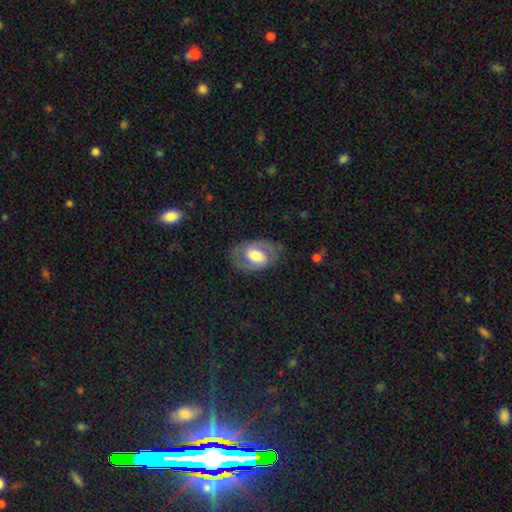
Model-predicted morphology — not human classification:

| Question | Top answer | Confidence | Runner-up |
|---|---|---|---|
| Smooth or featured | featured or disk | 65% | smooth (29%) |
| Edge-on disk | no | 95% | yes (5%) |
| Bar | weak | 40% | no (39%) |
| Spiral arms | yes | 71% | no (29%) |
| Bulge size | moderate | 54% | large (33%) |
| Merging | none | 76% | minor disturbance (15%) |